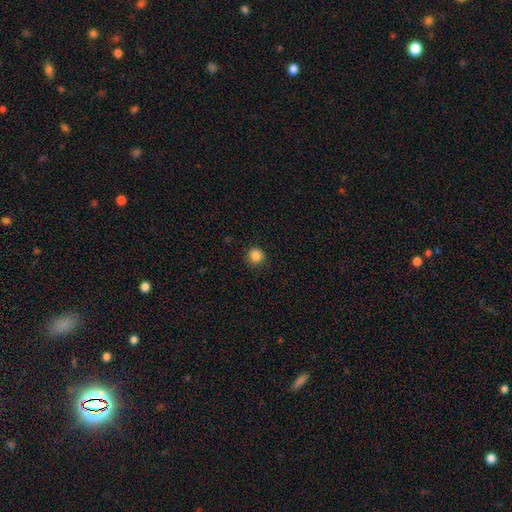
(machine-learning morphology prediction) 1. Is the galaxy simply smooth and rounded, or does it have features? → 86% smooth, 11% star or artifact, 3% featured or disk.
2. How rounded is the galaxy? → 95% round, 4% in between, 1% cigar-shaped.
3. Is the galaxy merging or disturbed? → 92% none, 5% minor disturbance, 2% major disturbance, 1% merger.